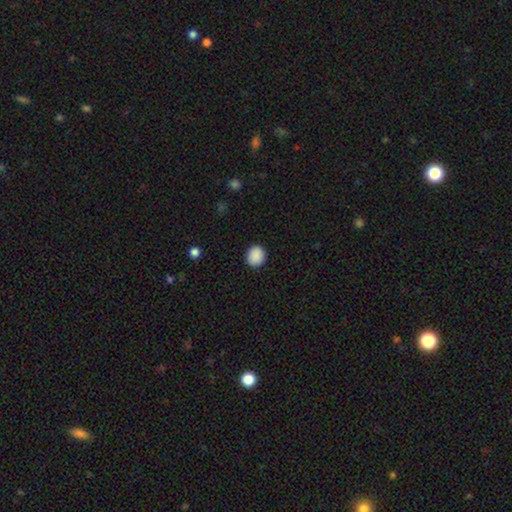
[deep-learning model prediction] Q: Smooth or featured?
A: smooth (90%); runner-up: star or artifact (8%)
Q: How rounded?
A: round (82%); runner-up: in between (17%)
Q: Merging?
A: none (91%); runner-up: minor disturbance (6%)